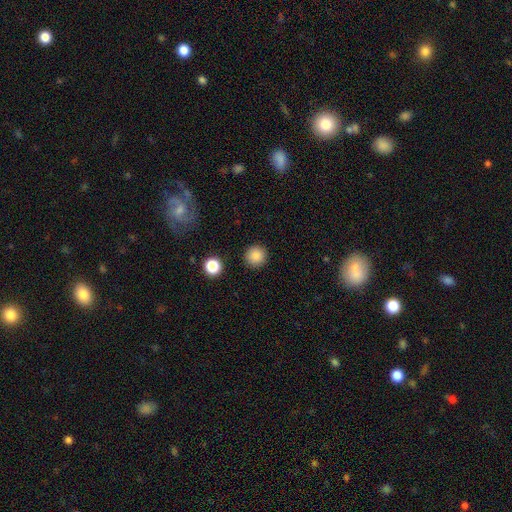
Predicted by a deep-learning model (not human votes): Q: Smooth or featured?
A: smooth (87%); runner-up: star or artifact (10%)
Q: How rounded?
A: round (95%); runner-up: in between (4%)
Q: Merging?
A: none (91%); runner-up: minor disturbance (5%)